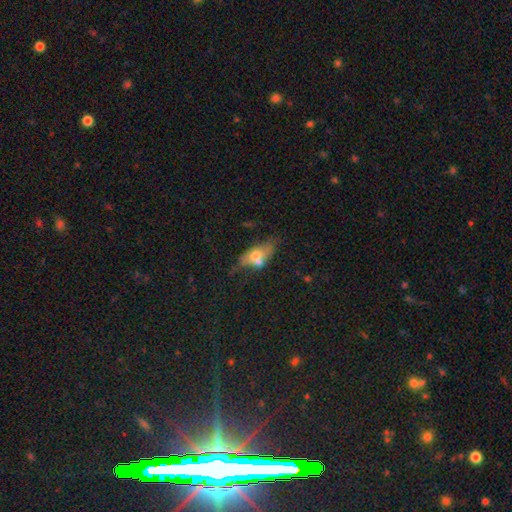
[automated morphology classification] The model was most divided on "merging": merger: 35%, none: 34%, minor disturbance: 19%, major disturbance: 12%. More confident: how rounded — in between (81%); smooth or featured — smooth (55%).